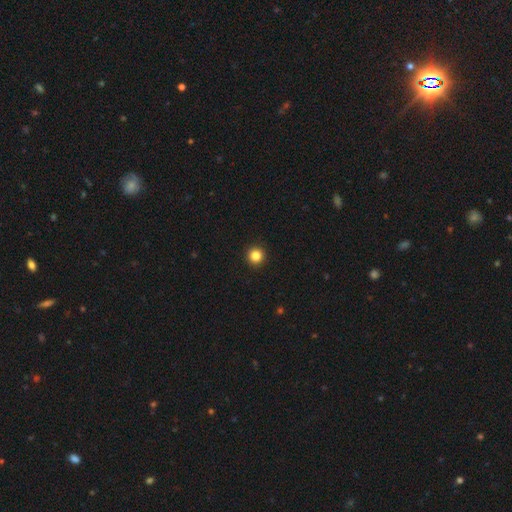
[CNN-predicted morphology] A smooth galaxy with no disk features (85%) that is round (96%). Merging: none (94%).